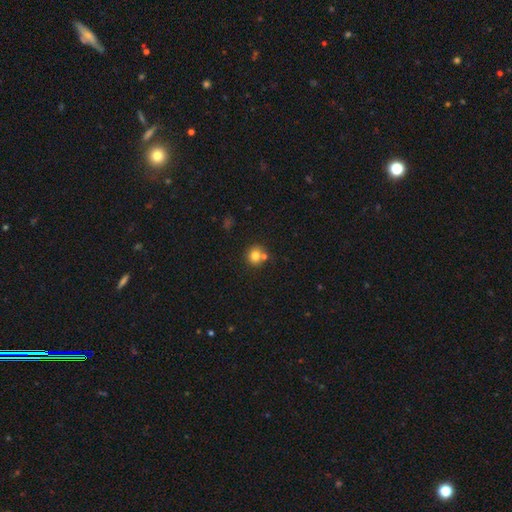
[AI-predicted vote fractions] A smooth galaxy with no disk features (78%) that is round (84%). Merging: none (61%).